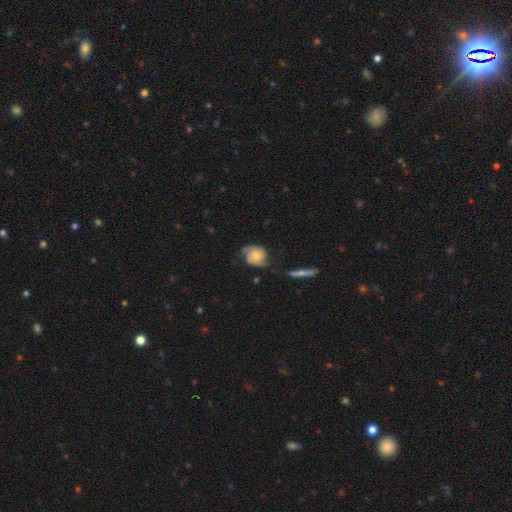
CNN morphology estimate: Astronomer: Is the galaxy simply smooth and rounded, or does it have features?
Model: featured or disk — 72%.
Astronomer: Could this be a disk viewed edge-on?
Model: no — 96%.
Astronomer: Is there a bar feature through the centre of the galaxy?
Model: no — 75%.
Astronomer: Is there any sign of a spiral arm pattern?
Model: yes — 92%.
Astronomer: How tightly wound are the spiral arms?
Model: tight — 41% (runner-up: medium, 39%).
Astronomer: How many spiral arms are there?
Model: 2 — 76%.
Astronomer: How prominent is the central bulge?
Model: moderate — 58% (runner-up: small, 33%).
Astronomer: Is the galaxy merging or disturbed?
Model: none — 57%.